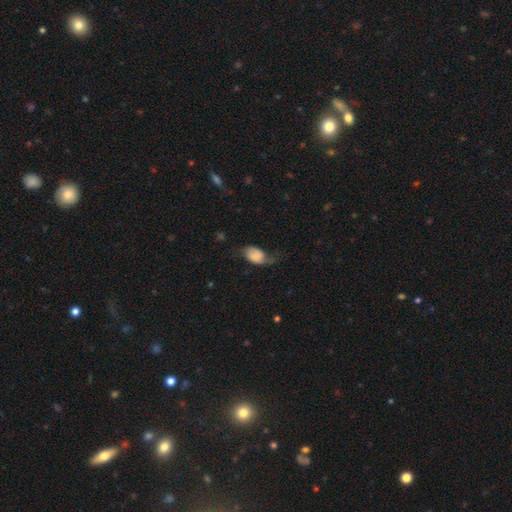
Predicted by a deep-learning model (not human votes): Smooth or featured: smooth — 65% (featured or disk — 27%)
How rounded: in between — 86% (round — 12%)
Merging: none — 37% (minor disturbance — 33%)